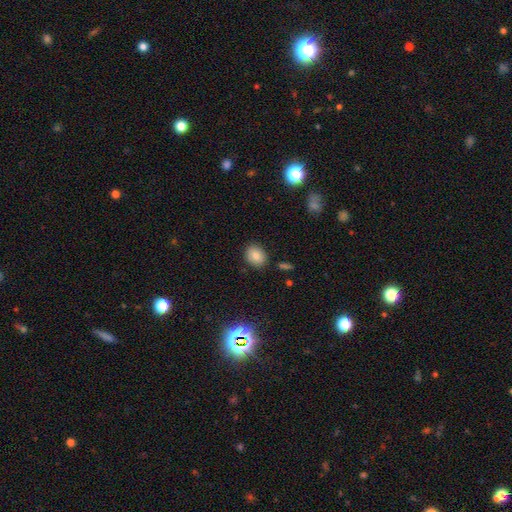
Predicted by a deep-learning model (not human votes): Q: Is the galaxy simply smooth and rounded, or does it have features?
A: smooth — 81%.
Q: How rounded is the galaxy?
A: in between — 53%.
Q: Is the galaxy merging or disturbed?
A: none — 86%.